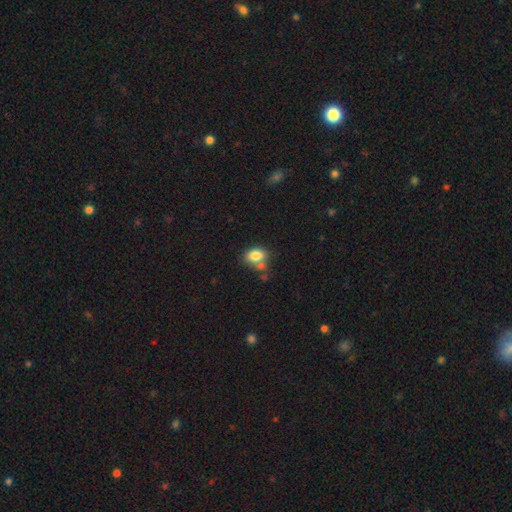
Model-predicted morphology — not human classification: The model was most divided on "merging": none: 51%, merger: 24%, minor disturbance: 18%, major disturbance: 6%. More confident: smooth or featured — smooth (80%); how rounded — in between (75%).